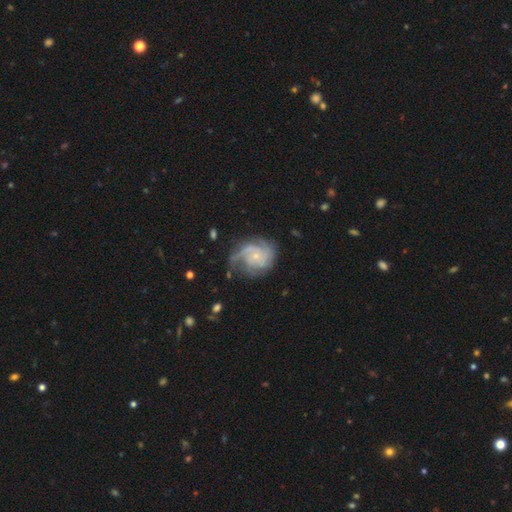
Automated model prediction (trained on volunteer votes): Smooth or featured? Predicted: featured or disk (p=0.84). Edge-on disk? Predicted: no (p=0.98). Bar? Predicted: no (p=0.75). Spiral arms? Predicted: yes (p=0.96). Spiral winding? Predicted: tight (p=0.45). Spiral arm count? Predicted: 3 (p=0.37). Bulge size? Predicted: small (p=0.78). Merging? Predicted: none (p=0.62).